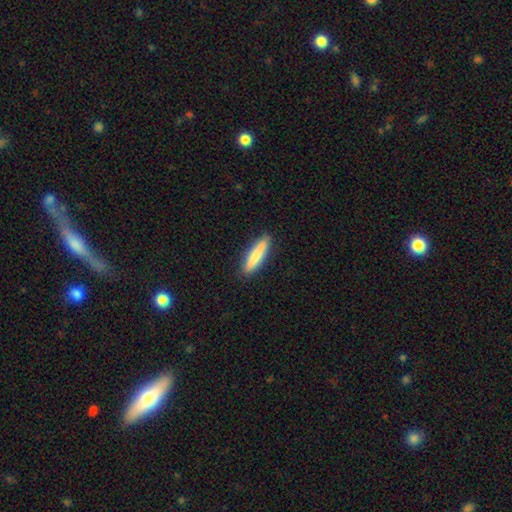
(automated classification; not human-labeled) A smooth galaxy with no disk features (76%) that is cigar-shaped (85%).

Vote fractions:
- Smooth or featured? smooth: 76% / featured or disk: 18% / star or artifact: 6%
- How rounded? cigar-shaped: 85% / in between: 14% / round: 1%
- Merging? none: 89% / minor disturbance: 8% / major disturbance: 2% / merger: 1%